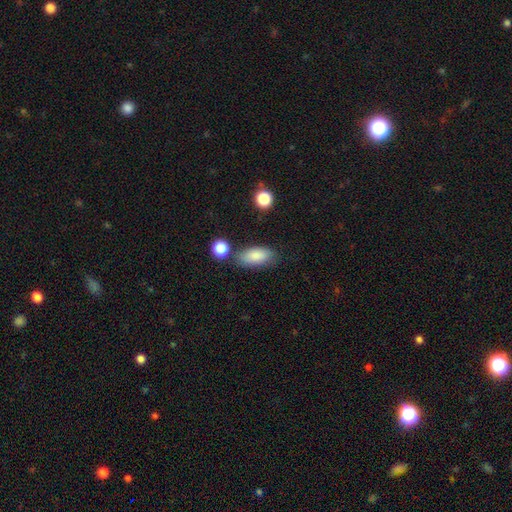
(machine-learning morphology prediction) A smooth galaxy with no disk features (85%) that is in between round and cigar-shaped (87%).

Vote fractions:
- Smooth or featured? smooth: 85% / featured or disk: 8% / star or artifact: 7%
- How rounded? in between: 87% / cigar-shaped: 10% / round: 4%
- Merging? none: 72% / minor disturbance: 15% / merger: 8% / major disturbance: 4%